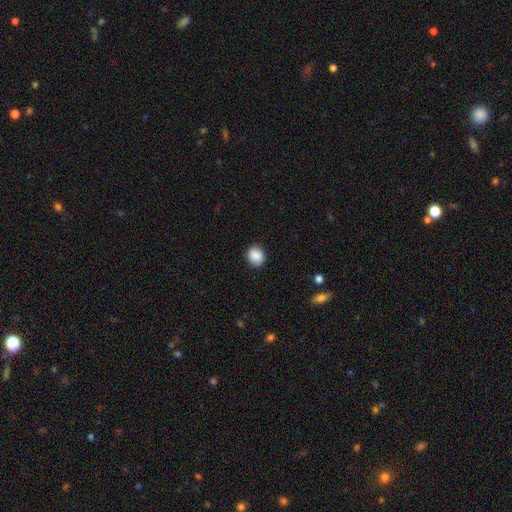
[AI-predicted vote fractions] Smooth or featured: smooth — 87% (star or artifact — 8%)
How rounded: round — 66% (in between — 33%)
Merging: none — 85% (minor disturbance — 11%)